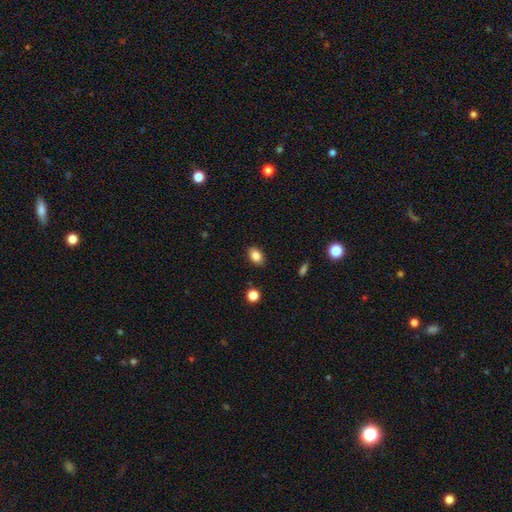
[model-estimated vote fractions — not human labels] Smooth or featured: smooth — 85% (star or artifact — 9%)
How rounded: in between — 80% (round — 19%)
Merging: none — 87% (minor disturbance — 9%)